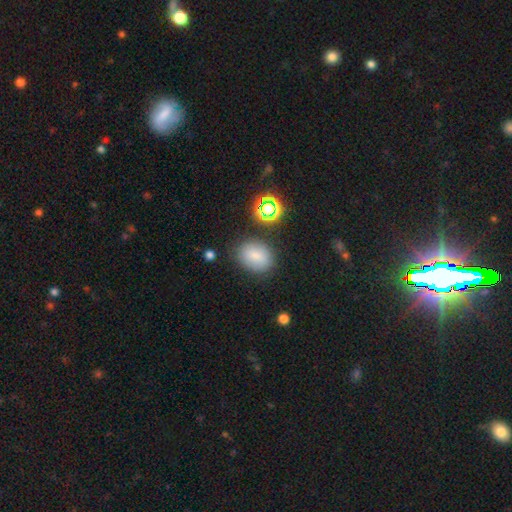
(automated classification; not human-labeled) A smooth galaxy with no disk features (79%) that is in between round and cigar-shaped (65%).

Vote fractions:
- Smooth or featured? smooth: 79% / star or artifact: 12% / featured or disk: 9%
- How rounded? in between: 65% / round: 34% / cigar-shaped: 1%
- Merging? none: 78% / minor disturbance: 14% / major disturbance: 4% / merger: 4%